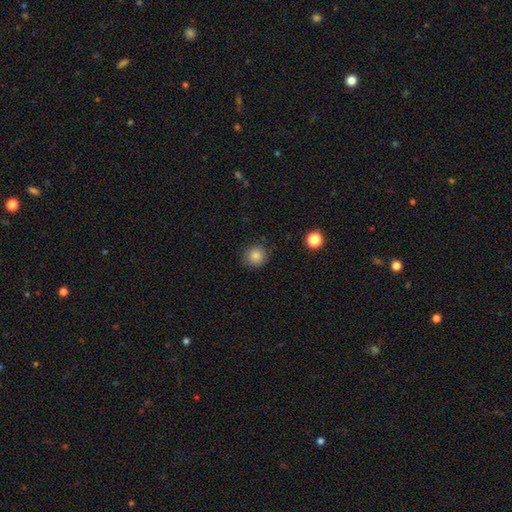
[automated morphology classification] type=smooth (85%); roundness=round (91%); merging=none (88%).